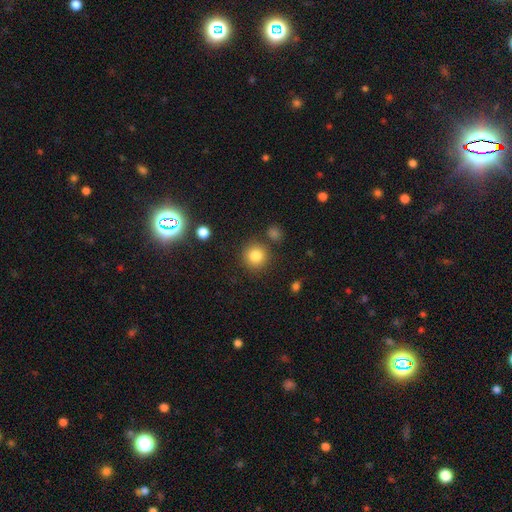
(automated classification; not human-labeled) Smooth or featured?
  - smooth: 83% *
  - star or artifact: 11%
  - featured or disk: 6%
How rounded?
  - round: 93% *
  - in between: 6%
  - cigar-shaped: 1%
Merging?
  - none: 84% *
  - minor disturbance: 8%
  - merger: 5%
  - major disturbance: 3%